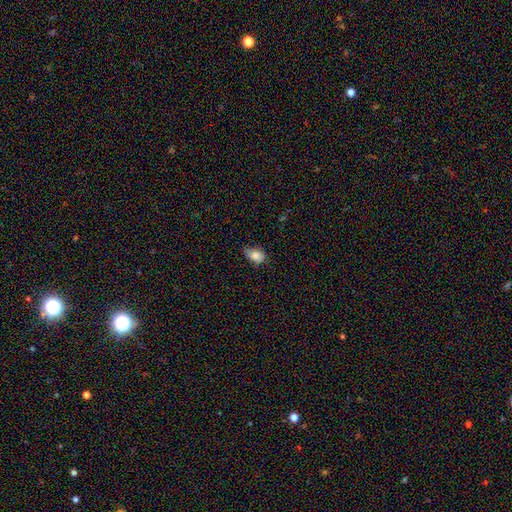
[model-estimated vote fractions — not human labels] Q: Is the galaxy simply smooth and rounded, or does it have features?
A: smooth — 83%.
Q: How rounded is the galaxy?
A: in between — 81%.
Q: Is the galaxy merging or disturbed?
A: none — 58%.